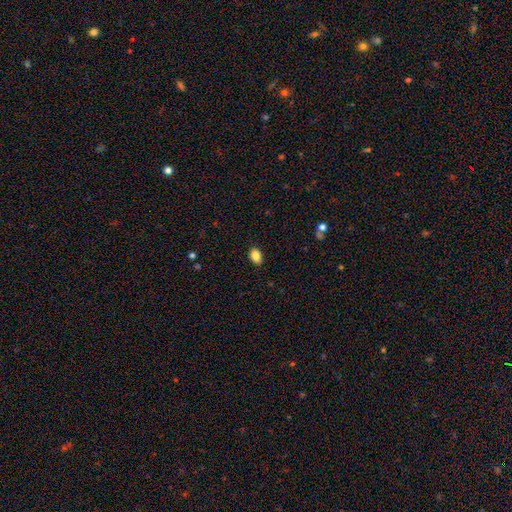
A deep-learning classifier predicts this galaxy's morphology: smooth_or_featured: smooth (p=0.85) [alt: star or artifact p=0.09]
how_rounded: in between (p=0.81) [alt: round p=0.17]
merging: none (p=0.87) [alt: minor disturbance p=0.10]